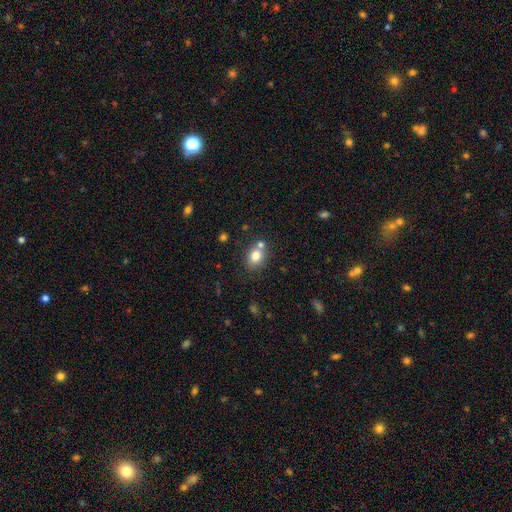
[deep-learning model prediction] smooth 78%, star or artifact 11%, featured or disk 11%. Down the decision tree: how rounded — in between (52%); merging — none (60%).